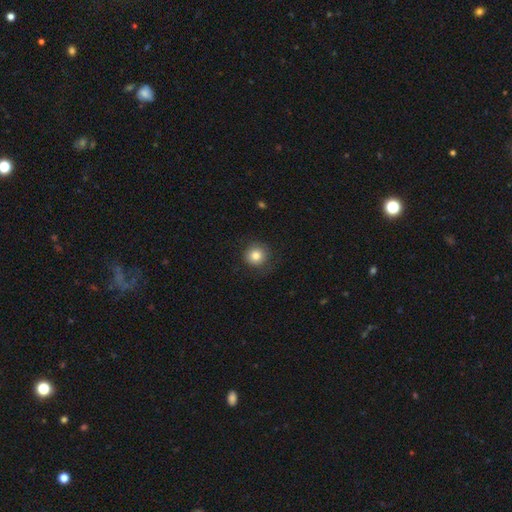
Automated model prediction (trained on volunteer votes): Smooth or featured? smooth (83%)
How rounded? round (93%)
Merging? none (83%)